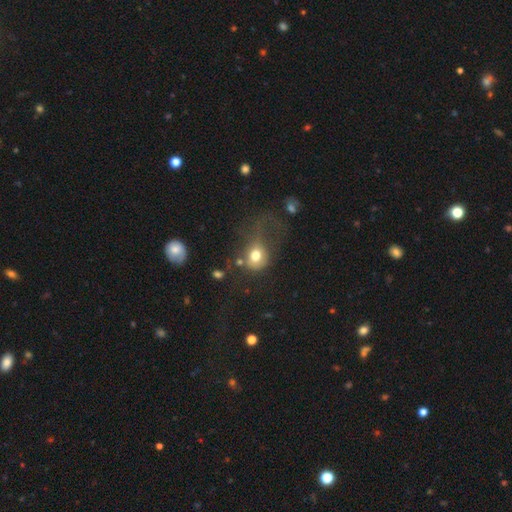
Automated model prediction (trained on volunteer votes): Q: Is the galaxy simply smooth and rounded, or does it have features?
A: smooth — 71%.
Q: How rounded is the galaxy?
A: round — 64%.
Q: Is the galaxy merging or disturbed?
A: major disturbance — 47%.